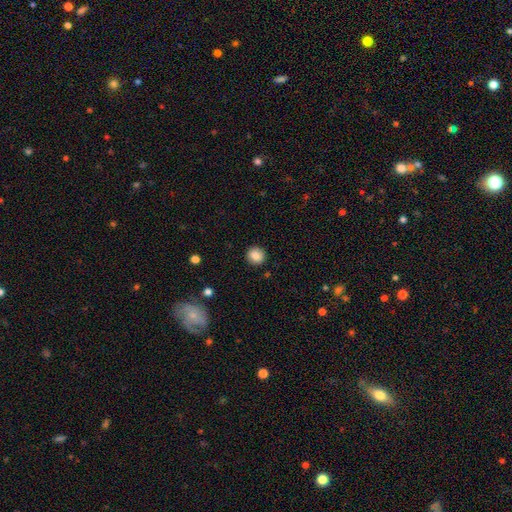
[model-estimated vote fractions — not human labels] Morphology: type=smooth (86%); roundness=round (85%); merging=none (90%).